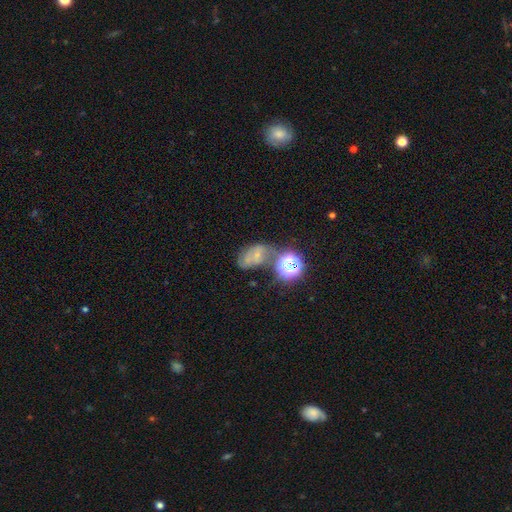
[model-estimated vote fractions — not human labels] A smooth galaxy with no disk features (35%, tied with featured or disk). Merging: none (43%).